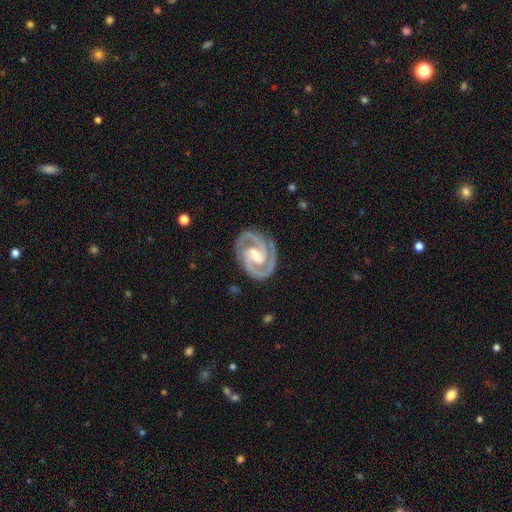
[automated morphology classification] type=featured or disk (93%); edge-on=no (98%); bar=weak (48%); spiral arms=yes (99%); winding=tight (59%); arm count=2 (91%); bulge=moderate (52%); merging=none (83%).